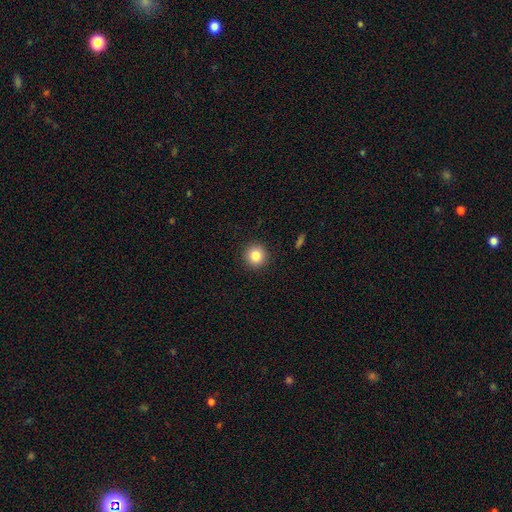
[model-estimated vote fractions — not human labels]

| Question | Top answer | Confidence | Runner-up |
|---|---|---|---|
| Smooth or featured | smooth | 84% | star or artifact (10%) |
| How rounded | round | 94% | in between (5%) |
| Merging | none | 92% | minor disturbance (5%) |